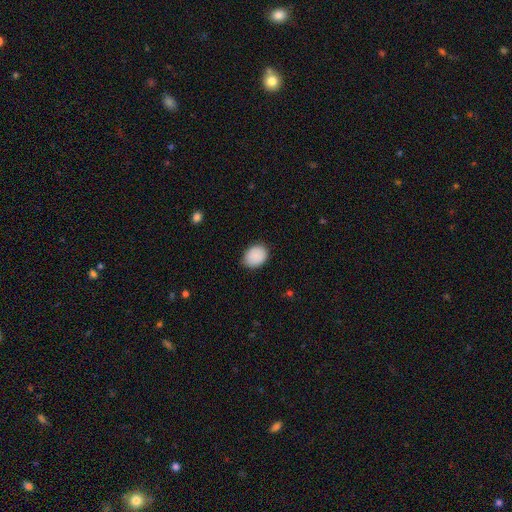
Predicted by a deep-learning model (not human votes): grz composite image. It shows a smooth galaxy with no disk features (90%) that is in between round and cigar-shaped (61%). Merging: none (83%).